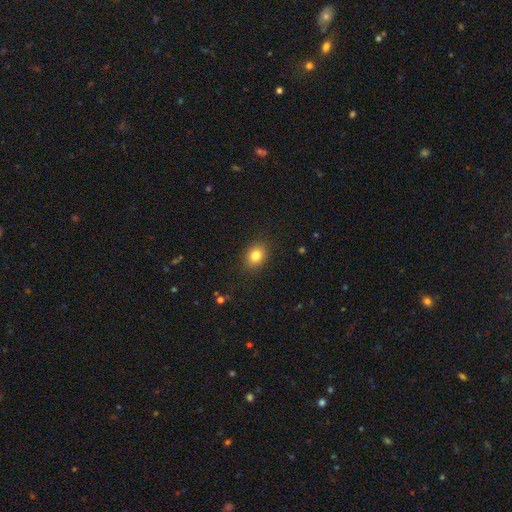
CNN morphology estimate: A smooth galaxy with no disk features (82%) that is in between round and cigar-shaped (52%). Merging: none (88%).